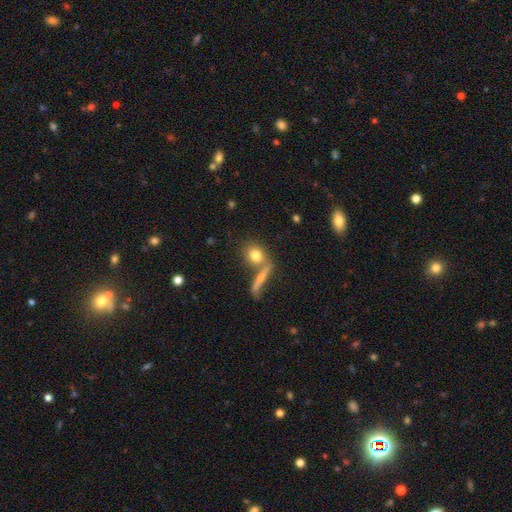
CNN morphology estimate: A smooth galaxy with no disk features (75%) that is round (59%). Merging: none (53%).